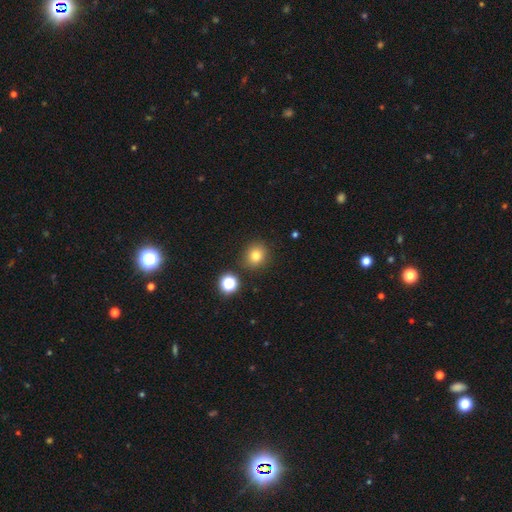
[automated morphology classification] smooth-or-featured: smooth: 78% | star or artifact: 15% | featured or disk: 7%
  how-rounded: round: 85% | in between: 14% | cigar-shaped: 1%
  merging: none: 86% | minor disturbance: 8% | merger: 4% | major disturbance: 2%